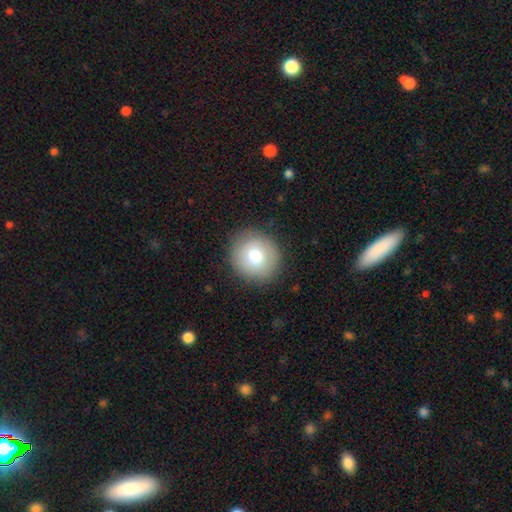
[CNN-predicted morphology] Smooth or featured? smooth (77%)
How rounded? round (93%)
Merging? none (88%)